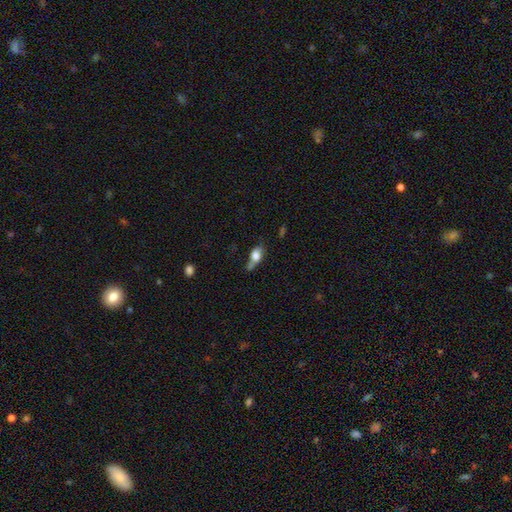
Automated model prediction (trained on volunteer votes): A smooth galaxy with no disk features (68%) that is in between round and cigar-shaped (73%).

Vote fractions:
- Smooth or featured? smooth: 68% / featured or disk: 22% / star or artifact: 10%
- How rounded? in between: 73% / round: 15% / cigar-shaped: 12%
- Merging? none: 35% / minor disturbance: 28% / merger: 18% / major disturbance: 18%